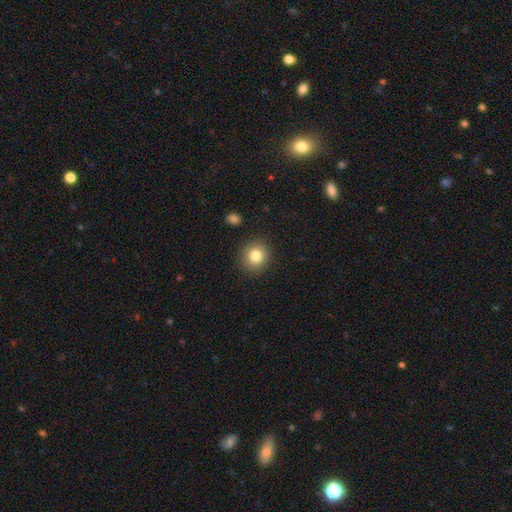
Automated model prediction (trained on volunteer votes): A smooth galaxy with no disk features (82%) that is round (86%).

Vote fractions:
- Smooth or featured? smooth: 82% / star or artifact: 10% / featured or disk: 8%
- How rounded? round: 86% / in between: 13% / cigar-shaped: 1%
- Merging? none: 89% / minor disturbance: 7% / major disturbance: 2% / merger: 2%